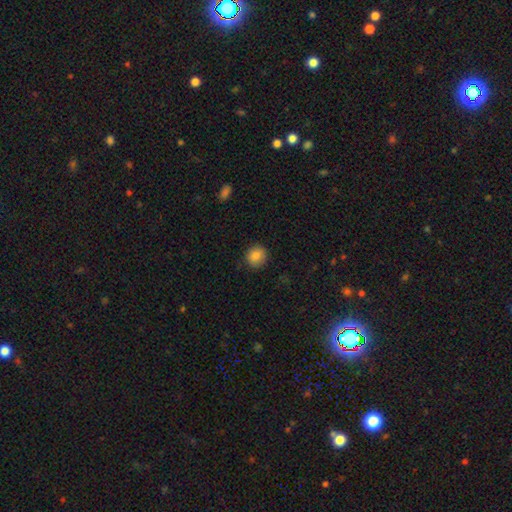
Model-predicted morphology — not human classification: smooth-or-featured: smooth: 86% | star or artifact: 9% | featured or disk: 5%
  how-rounded: round: 87% | in between: 12% | cigar-shaped: 1%
  merging: none: 88% | minor disturbance: 8% | major disturbance: 2% | merger: 1%